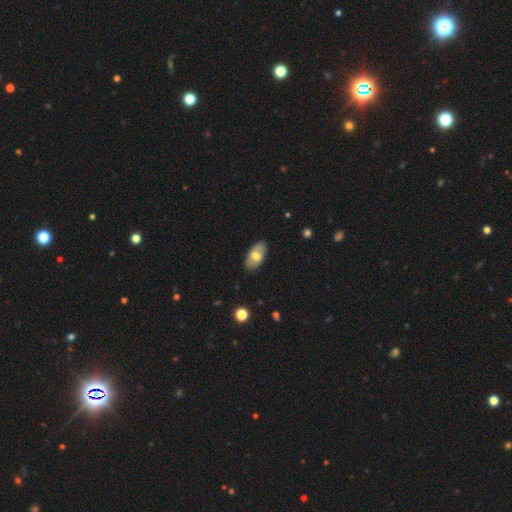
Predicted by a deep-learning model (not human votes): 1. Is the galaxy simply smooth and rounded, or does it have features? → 65% smooth, 28% featured or disk, 7% star or artifact.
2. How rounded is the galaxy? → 93% in between, 4% cigar-shaped, 4% round.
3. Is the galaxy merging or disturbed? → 84% none, 12% minor disturbance, 2% major disturbance, 1% merger.